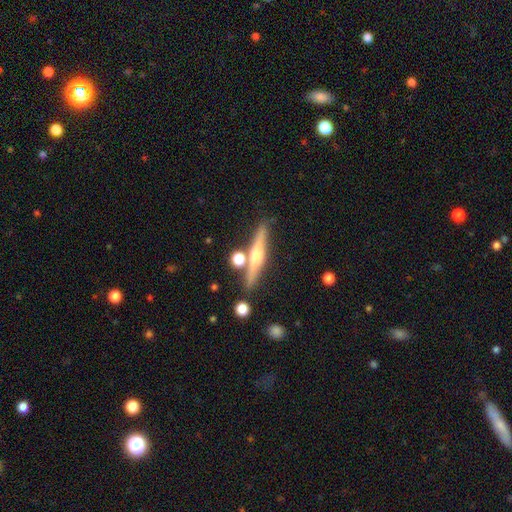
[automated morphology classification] Smooth or featured? featured or disk (70%)
Edge-on disk? yes (97%)
Edge-on bulge? rounded (85%)
Merging? none (78%)